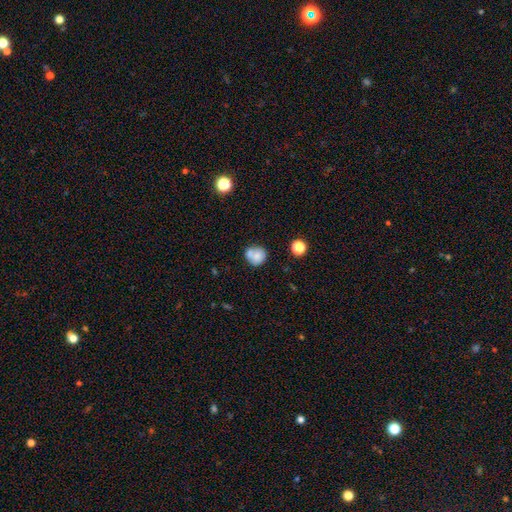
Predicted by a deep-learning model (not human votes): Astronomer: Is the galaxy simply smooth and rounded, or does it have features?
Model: smooth — 75%.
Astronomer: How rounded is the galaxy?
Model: round — 81%.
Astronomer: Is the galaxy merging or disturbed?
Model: none — 47% (runner-up: merger, 34%).